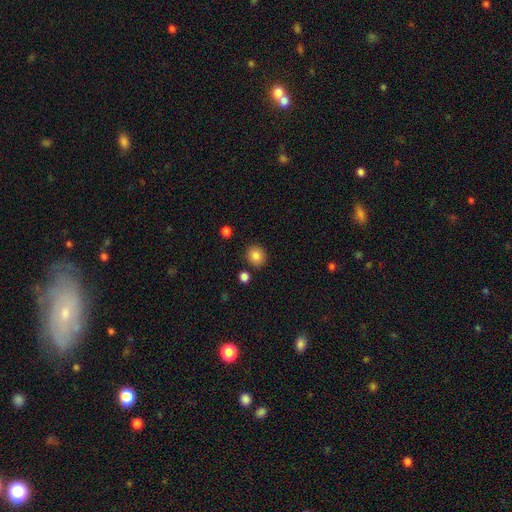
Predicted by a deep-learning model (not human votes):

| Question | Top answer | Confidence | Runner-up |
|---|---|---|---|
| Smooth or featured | smooth | 85% | star or artifact (10%) |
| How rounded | round | 74% | in between (25%) |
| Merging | none | 86% | minor disturbance (8%) |